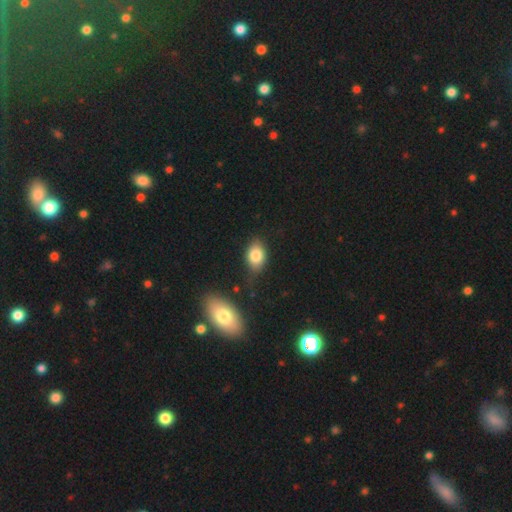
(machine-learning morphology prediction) smooth-or-featured: smooth: 81% | featured or disk: 11% | star or artifact: 9%
  how-rounded: in between: 84% | round: 15% | cigar-shaped: 2%
  merging: none: 74% | minor disturbance: 18% | merger: 4% | major disturbance: 4%